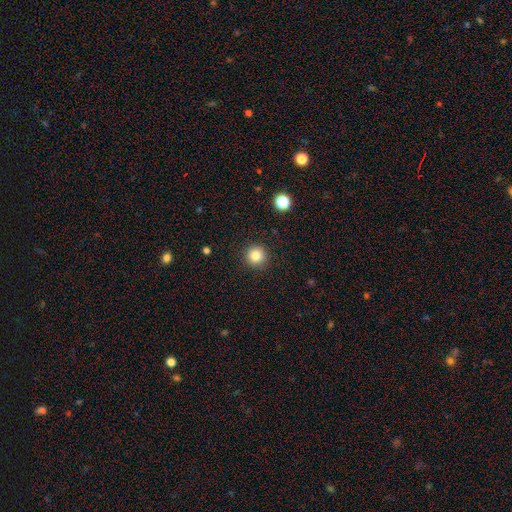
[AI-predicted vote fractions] Smooth or featured? Predicted: smooth (p=0.83). How rounded? Predicted: round (p=0.95). Merging? Predicted: none (p=0.91).